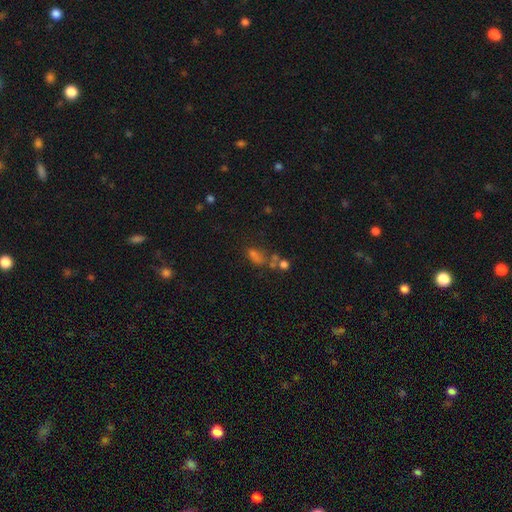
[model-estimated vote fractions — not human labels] Smooth or featured? smooth (42%)
Merging? none (42%)